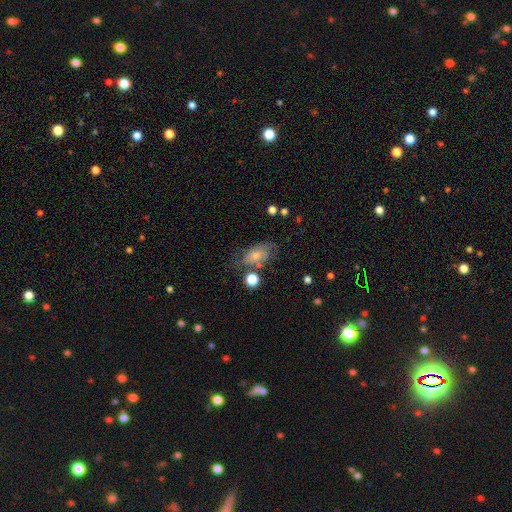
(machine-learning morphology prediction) smooth-or-featured: smooth: 47% | featured or disk: 39% | star or artifact: 14%
  merging: none: 59% | minor disturbance: 23% | major disturbance: 11% | merger: 7%